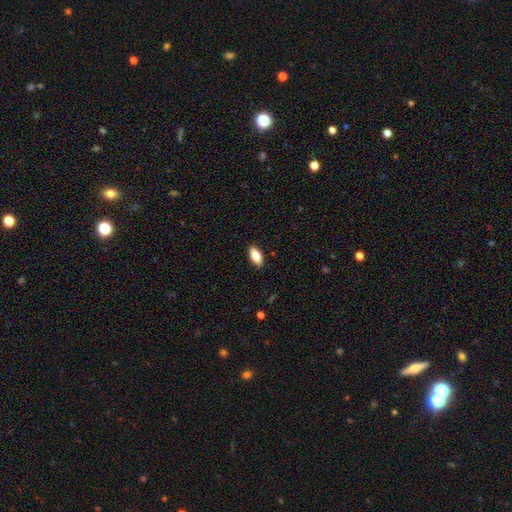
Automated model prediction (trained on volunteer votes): This appears to be a smooth galaxy with no disk features (81%) that is in between round and cigar-shaped (88%). Merging: none (89%).